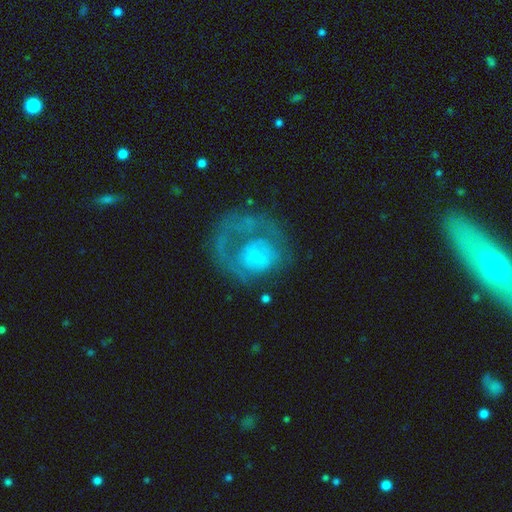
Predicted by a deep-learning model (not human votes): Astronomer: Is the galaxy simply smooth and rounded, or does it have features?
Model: featured or disk — 66%.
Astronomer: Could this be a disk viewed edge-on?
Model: no — 98%.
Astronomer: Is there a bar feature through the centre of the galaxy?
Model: no — 59%.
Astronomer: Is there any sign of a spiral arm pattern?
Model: yes — 63%.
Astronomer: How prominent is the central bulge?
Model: small — 36% (runner-up: none, 33%).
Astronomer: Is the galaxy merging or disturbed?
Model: major disturbance — 42% (runner-up: none, 39%).